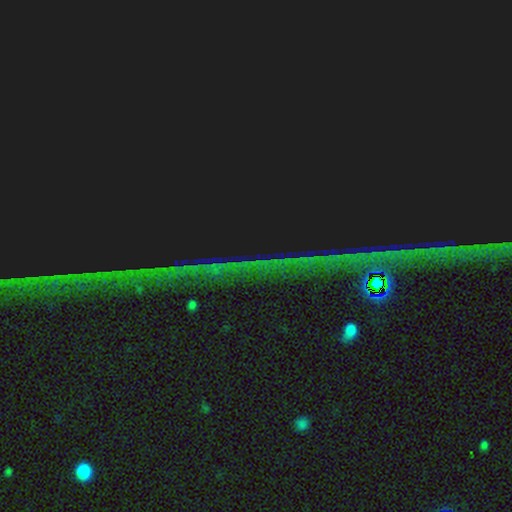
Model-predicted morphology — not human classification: Q: Smooth or featured?
A: star or artifact (85%); runner-up: featured or disk (8%)